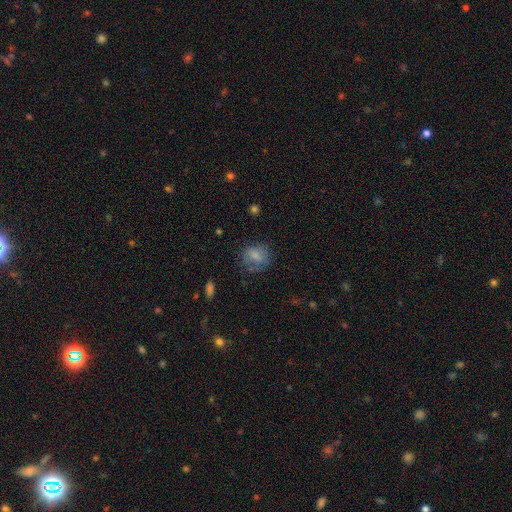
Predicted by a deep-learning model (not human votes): Smooth or featured: smooth — 75% (featured or disk — 15%)
How rounded: round — 62% (in between — 37%)
Merging: none — 61% (minor disturbance — 23%)